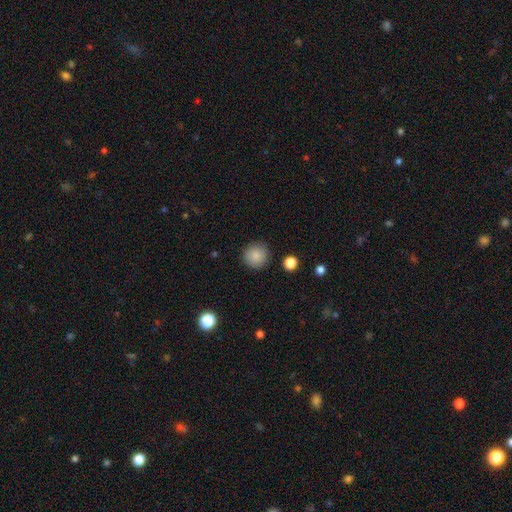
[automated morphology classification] Smooth or featured?
  - smooth: 86% *
  - star or artifact: 9%
  - featured or disk: 5%
How rounded?
  - round: 95% *
  - in between: 4%
  - cigar-shaped: 1%
Merging?
  - none: 89% *
  - minor disturbance: 7%
  - major disturbance: 2%
  - merger: 1%